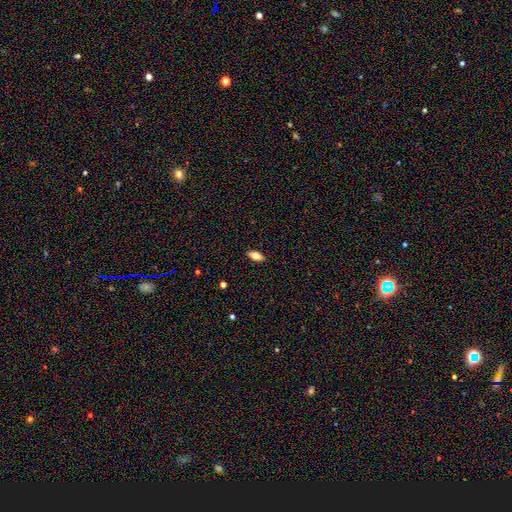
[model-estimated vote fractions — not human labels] Smooth or featured? smooth (70%)
How rounded? in between (81%)
Merging? none (90%)